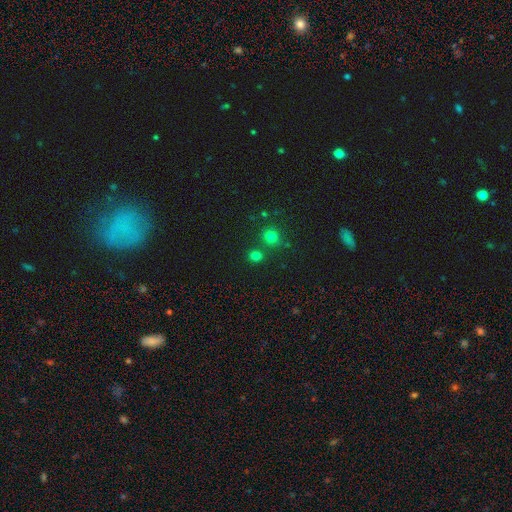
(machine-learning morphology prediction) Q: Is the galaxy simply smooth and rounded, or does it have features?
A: smooth — 73%.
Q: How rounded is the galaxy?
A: round — 76%.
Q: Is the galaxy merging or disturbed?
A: none — 72%.